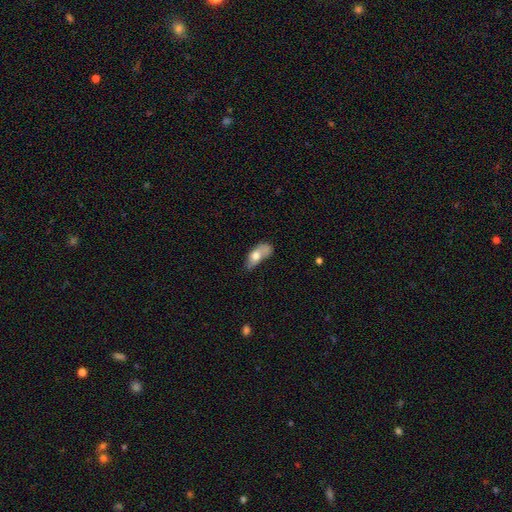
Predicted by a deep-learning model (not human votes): Morphology: type=smooth (67%); roundness=in between (82%); merging=minor disturbance (34%).